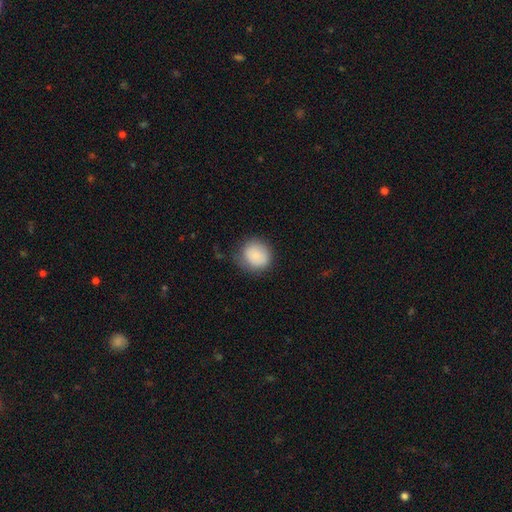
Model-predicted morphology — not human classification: smooth 85%, featured or disk 8%, star or artifact 7%. Down the decision tree: how rounded — round (82%); merging — none (70%).